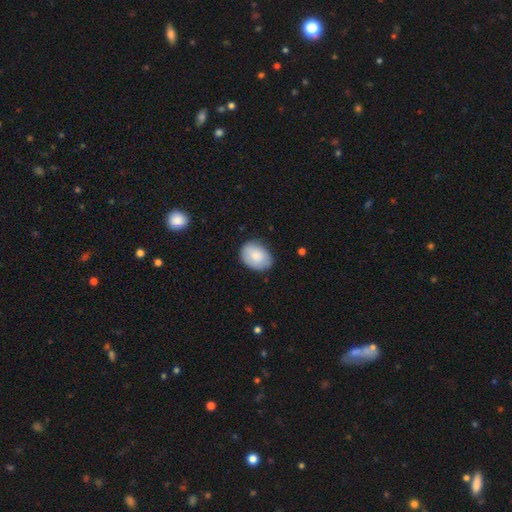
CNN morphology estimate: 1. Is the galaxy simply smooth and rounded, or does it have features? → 83% smooth, 11% featured or disk, 6% star or artifact.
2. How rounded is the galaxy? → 70% in between, 29% round, 1% cigar-shaped.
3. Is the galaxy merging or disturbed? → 78% none, 18% minor disturbance, 3% major disturbance, 1% merger.